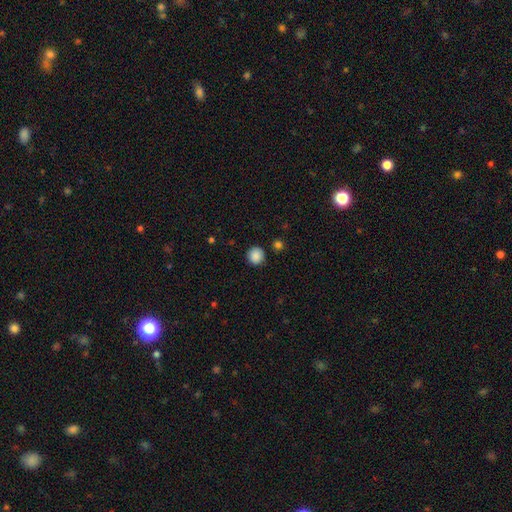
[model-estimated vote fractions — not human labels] Q: Smooth or featured?
A: smooth (88%); runner-up: star or artifact (9%)
Q: How rounded?
A: round (92%); runner-up: in between (7%)
Q: Merging?
A: none (88%); runner-up: minor disturbance (7%)